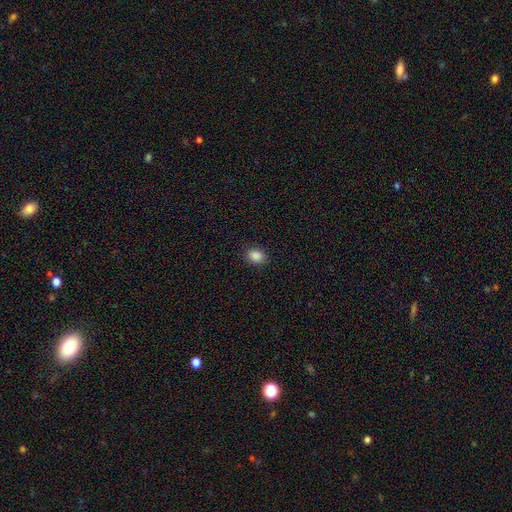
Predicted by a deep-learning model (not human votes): Smooth or featured?
  - smooth: 87% *
  - star or artifact: 10%
  - featured or disk: 3%
How rounded?
  - in between: 55% *
  - round: 44%
  - cigar-shaped: 1%
Merging?
  - none: 90% *
  - minor disturbance: 7%
  - major disturbance: 2%
  - merger: 1%